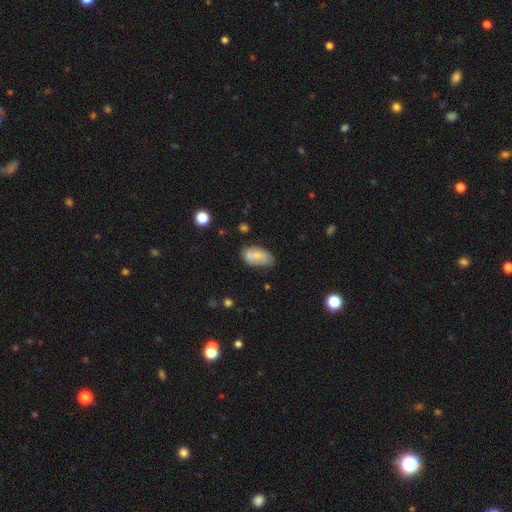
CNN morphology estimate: A smooth galaxy with no disk features (60%) that is in between round and cigar-shaped (92%). Merging: none (52%).